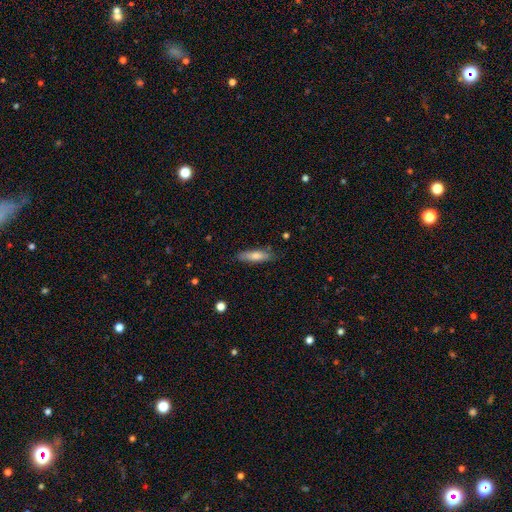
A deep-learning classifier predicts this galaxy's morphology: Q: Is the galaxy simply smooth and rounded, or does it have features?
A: smooth — 71%.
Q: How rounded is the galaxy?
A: cigar-shaped — 66%.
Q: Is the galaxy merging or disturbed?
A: none — 83%.